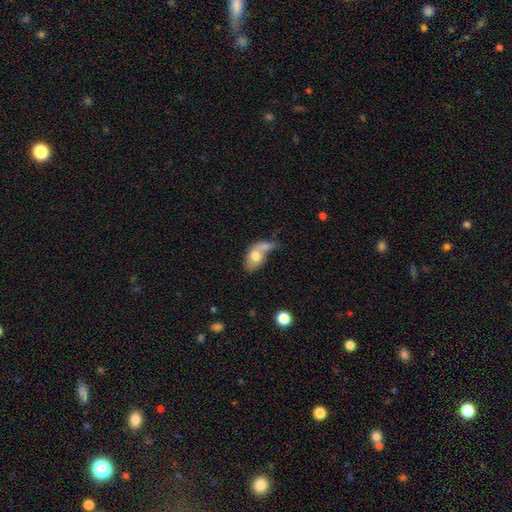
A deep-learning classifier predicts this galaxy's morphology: A smooth galaxy with no disk features (67%) that is in between round and cigar-shaped (82%).

Vote fractions:
- Smooth or featured? smooth: 67% / featured or disk: 26% / star or artifact: 7%
- How rounded? in between: 82% / round: 16% / cigar-shaped: 2%
- Merging? merger: 45% / major disturbance: 21% / none: 19% / minor disturbance: 15%